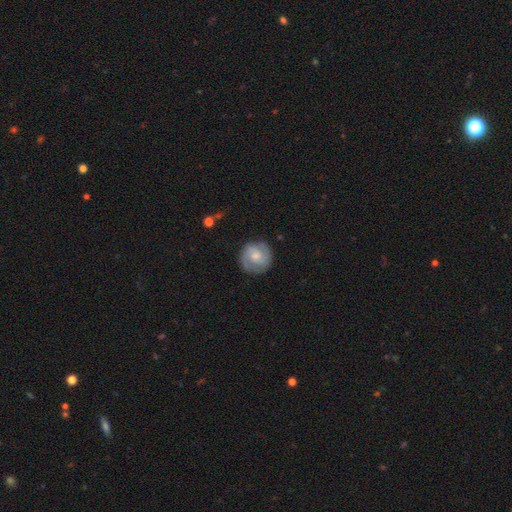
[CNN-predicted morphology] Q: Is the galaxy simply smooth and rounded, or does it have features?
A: featured or disk — 65%.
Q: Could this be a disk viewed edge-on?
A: no — 98%.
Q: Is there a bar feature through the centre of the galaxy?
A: no — 60%.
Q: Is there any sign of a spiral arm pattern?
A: yes — 91%.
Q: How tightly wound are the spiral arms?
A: tight — 48%.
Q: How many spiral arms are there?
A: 2 — 72%.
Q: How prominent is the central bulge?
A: moderate — 46%.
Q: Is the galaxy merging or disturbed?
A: none — 82%.